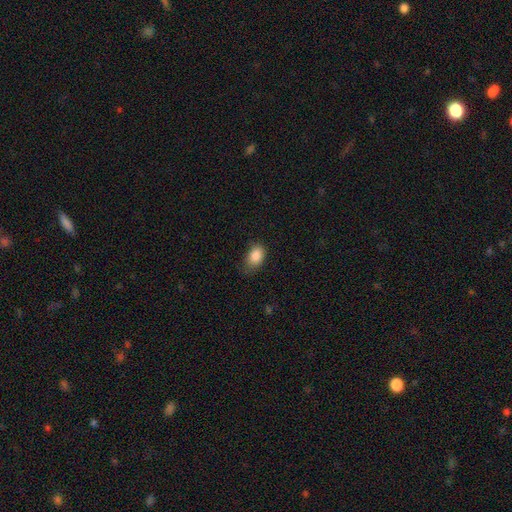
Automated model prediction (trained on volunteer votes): This is clearly a smooth galaxy (87%). How rounded: clearly in between (84%). Merging: likely none (61%).